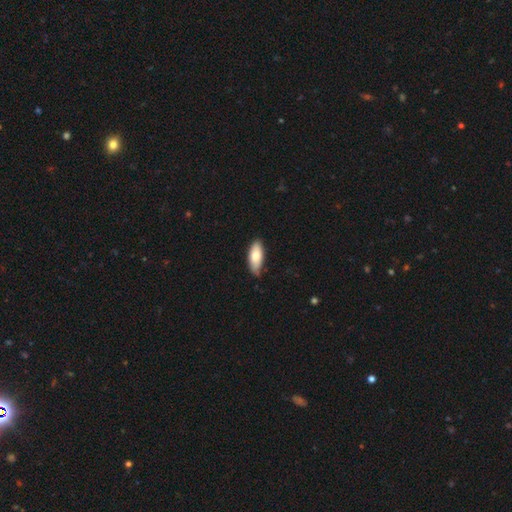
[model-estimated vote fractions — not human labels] Smooth or featured? Predicted: smooth (p=0.76). How rounded? Predicted: in between (p=0.81). Merging? Predicted: none (p=0.79).